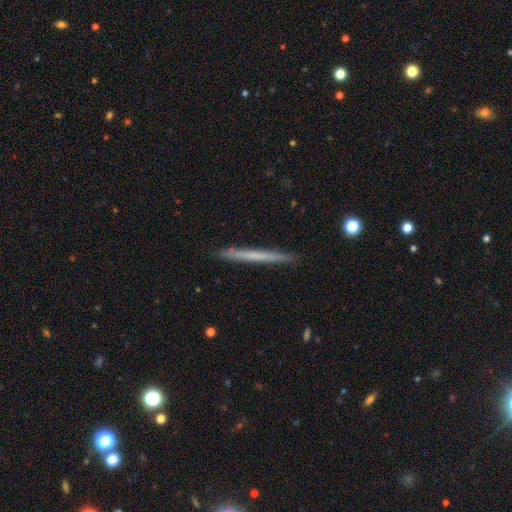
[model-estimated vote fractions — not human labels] Morphology: type=smooth (54%); roundness=cigar-shaped (97%); merging=none (92%).